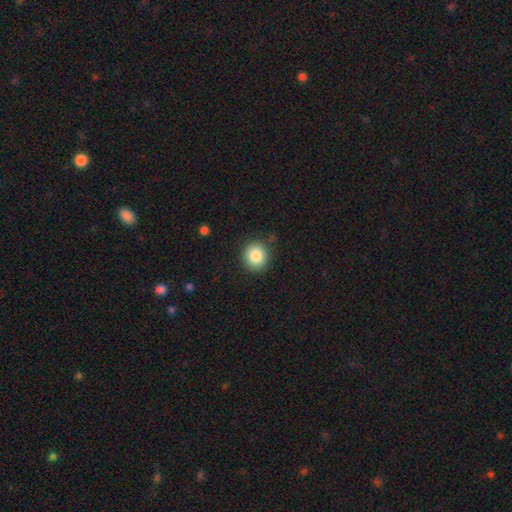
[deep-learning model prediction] Overall: smooth (85%). How rounded: round (84%). Merging: none (86%).